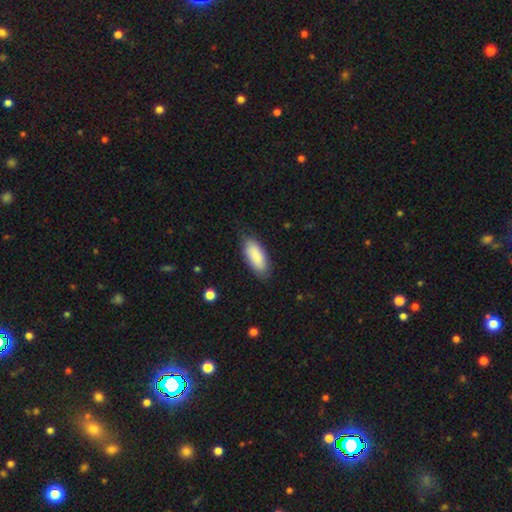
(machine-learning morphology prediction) smooth_or_featured: smooth (p=0.89) [alt: featured or disk p=0.06]
how_rounded: in between (p=0.81) [alt: cigar-shaped p=0.17]
merging: none (p=0.82) [alt: minor disturbance p=0.14]